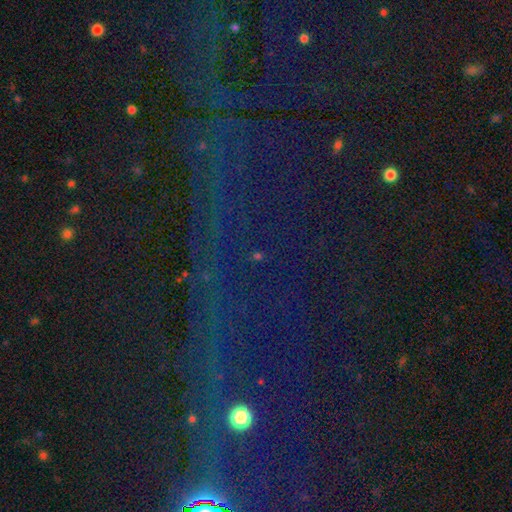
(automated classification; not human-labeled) Smooth or featured?
  - star or artifact: 82% *
  - smooth: 9%
  - featured or disk: 9%